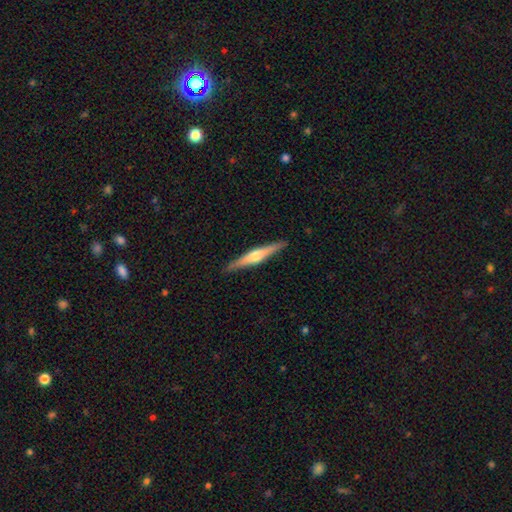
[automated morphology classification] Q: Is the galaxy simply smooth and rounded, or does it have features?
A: featured or disk — 68%.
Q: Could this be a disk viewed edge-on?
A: yes — 98%.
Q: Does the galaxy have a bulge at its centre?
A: rounded — 88%.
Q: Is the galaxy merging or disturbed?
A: none — 90%.